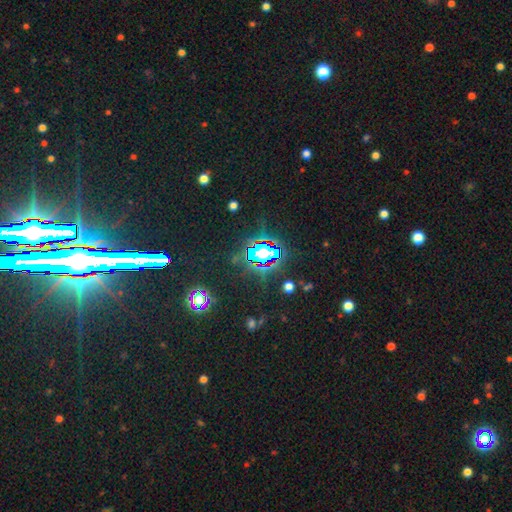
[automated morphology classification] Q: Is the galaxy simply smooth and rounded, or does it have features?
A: star or artifact — 83%.